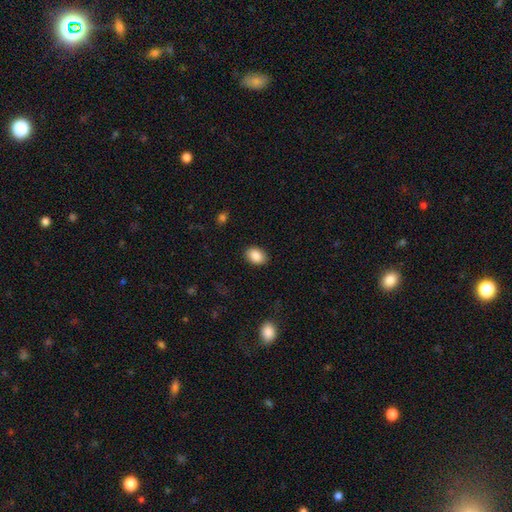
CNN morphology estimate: Smooth or featured? smooth (88%)
How rounded? in between (78%)
Merging? none (88%)